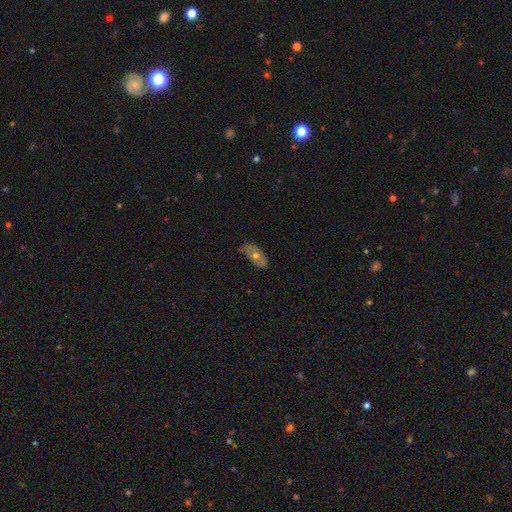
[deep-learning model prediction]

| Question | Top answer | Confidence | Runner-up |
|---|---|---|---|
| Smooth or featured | featured or disk | 52% | smooth (41%) |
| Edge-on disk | no | 82% | yes (18%) |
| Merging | none | 75% | minor disturbance (20%) |